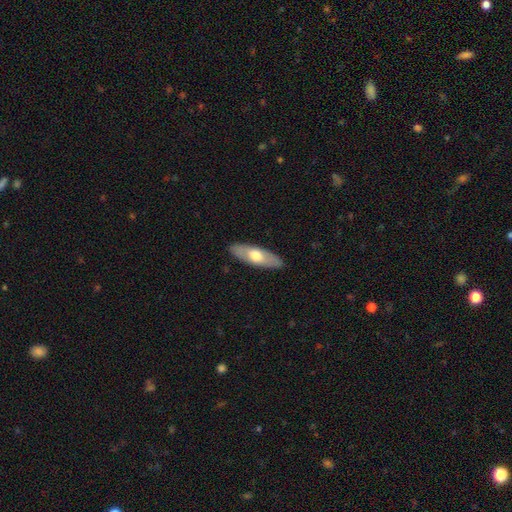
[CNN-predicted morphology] Smooth or featured?
  - smooth: 55% *
  - featured or disk: 41%
  - star or artifact: 5%
How rounded?
  - in between: 60% *
  - cigar-shaped: 37%
  - round: 2%
Merging?
  - none: 89% *
  - minor disturbance: 9%
  - major disturbance: 2%
  - merger: 1%